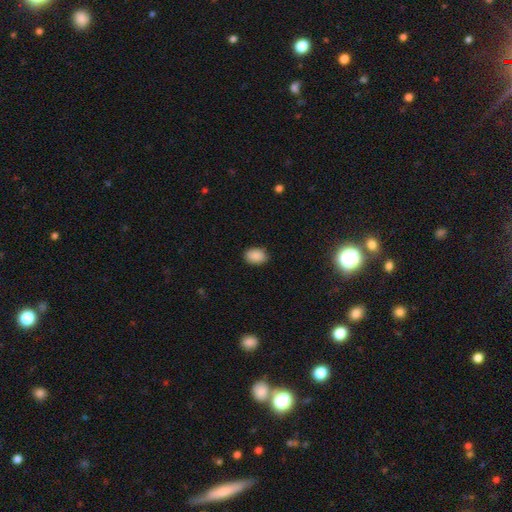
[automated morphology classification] A smooth galaxy with no disk features (89%) that is in between round and cigar-shaped (80%). Merging: none (86%).